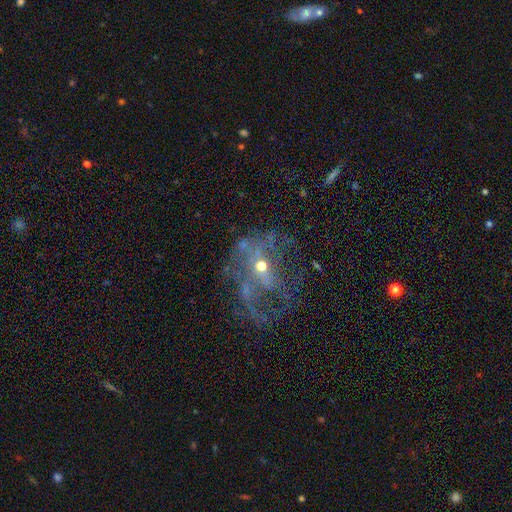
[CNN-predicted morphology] smooth_or_featured: featured or disk (p=0.69) [alt: star or artifact p=0.17]
disk_edge_on: no (p=0.96) [alt: yes p=0.04]
bar: no (p=0.69) [alt: weak p=0.23]
has_spiral_arms: no (p=0.59) [alt: yes p=0.41]
bulge_size: small (p=0.61) [alt: moderate p=0.31]
merging: major disturbance (p=0.40) [alt: none p=0.38]